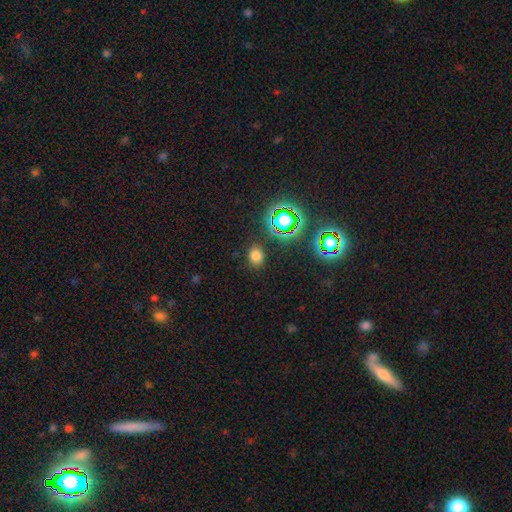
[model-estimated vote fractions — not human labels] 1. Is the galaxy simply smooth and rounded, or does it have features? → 70% smooth, 24% star or artifact, 6% featured or disk.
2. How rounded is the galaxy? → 53% round, 46% in between, 1% cigar-shaped.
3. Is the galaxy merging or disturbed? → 86% none, 9% minor disturbance, 3% major disturbance, 2% merger.